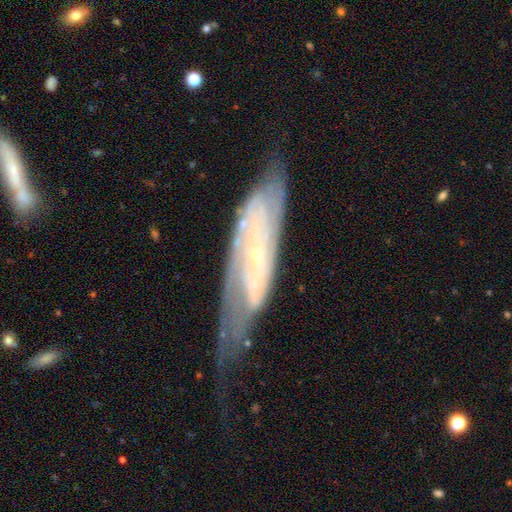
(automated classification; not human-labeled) Smooth or featured? featured or disk (80%)
Edge-on disk? no (81%)
Bar? no (63%)
Spiral arms? yes (89%)
Spiral winding? tight (61%)
Spiral arm count? can't tell (47%)
Bulge size? small (81%)
Merging? none (52%)